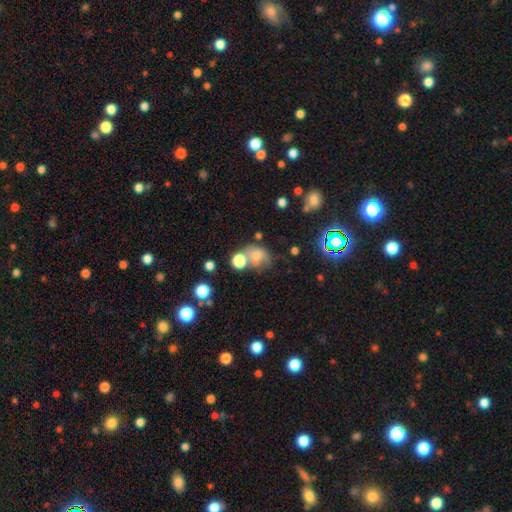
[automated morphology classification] Q: Smooth or featured?
A: smooth (64%); runner-up: featured or disk (18%)
Q: How rounded?
A: round (55%); runner-up: in between (44%)
Q: Merging?
A: none (38%); runner-up: merger (32%)